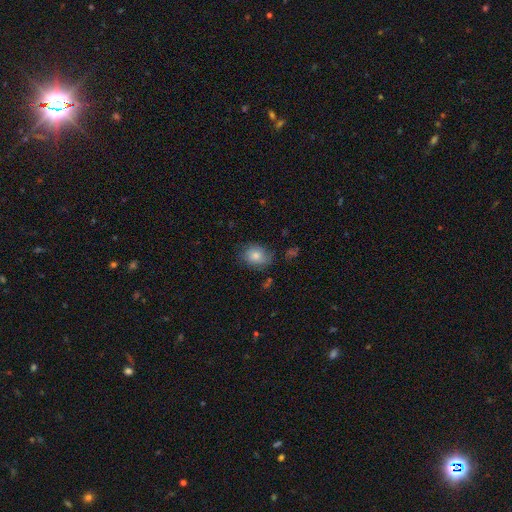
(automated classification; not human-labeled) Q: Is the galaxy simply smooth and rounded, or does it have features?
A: smooth — 72%.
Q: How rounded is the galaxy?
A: round — 52%.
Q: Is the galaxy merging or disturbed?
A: none — 64%.